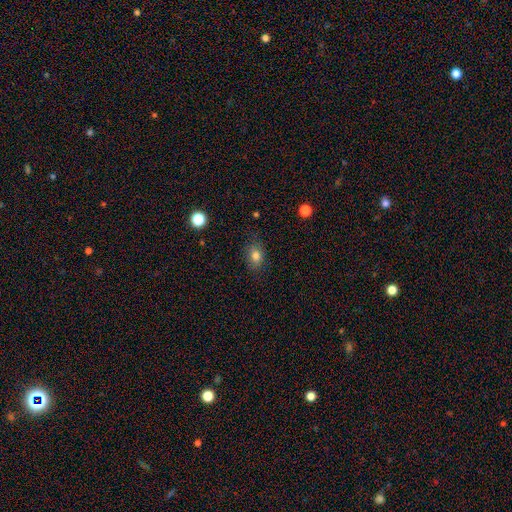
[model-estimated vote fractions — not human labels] smooth 81%, star or artifact 11%, featured or disk 8%. Down the decision tree: how rounded — in between (62%); merging — none (81%).